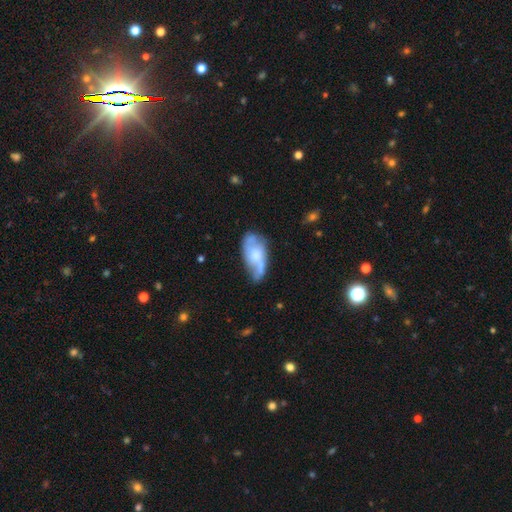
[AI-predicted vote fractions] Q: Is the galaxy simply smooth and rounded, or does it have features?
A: featured or disk — 59%.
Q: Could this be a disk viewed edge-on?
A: no — 92%.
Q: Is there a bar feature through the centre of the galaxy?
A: no — 66%.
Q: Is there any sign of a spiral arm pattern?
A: yes — 73%.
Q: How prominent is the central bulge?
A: moderate — 36%.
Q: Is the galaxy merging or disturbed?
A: none — 49%.